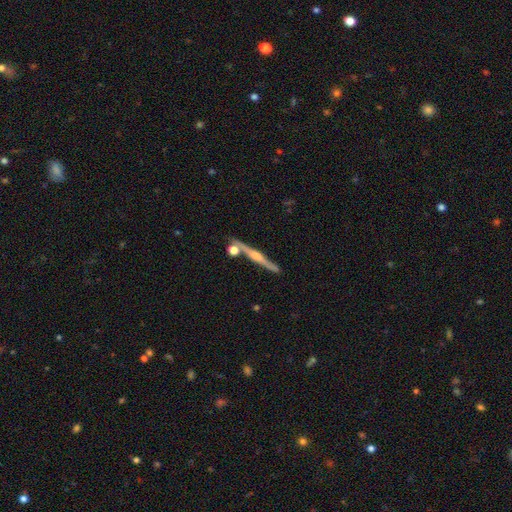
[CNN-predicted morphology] A featured or disk galaxy (80%) viewed edge-on (98%) with a rounded central bulge (82%). Merging: none (83%).